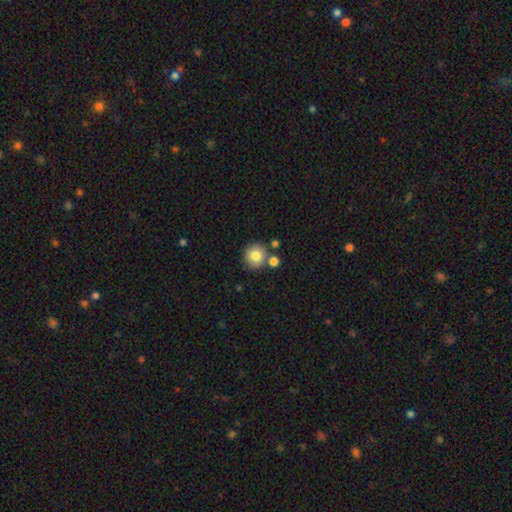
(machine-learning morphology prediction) This appears to be a smooth galaxy with no disk features (80%) that is round (91%). Merging: none (73%).